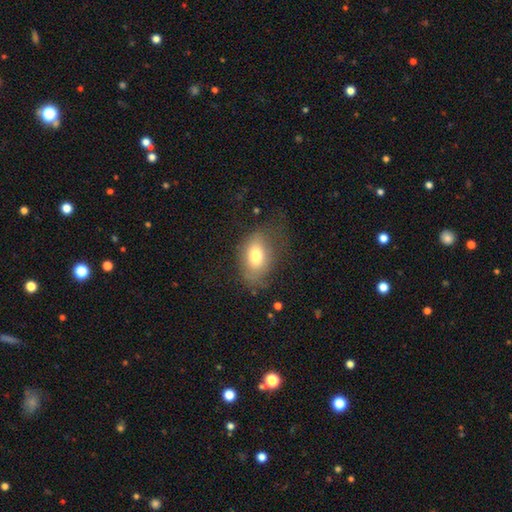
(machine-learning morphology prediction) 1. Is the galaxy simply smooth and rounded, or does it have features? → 72% smooth, 19% featured or disk, 9% star or artifact.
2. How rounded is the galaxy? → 82% in between, 16% round, 2% cigar-shaped.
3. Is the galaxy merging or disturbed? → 55% none, 26% minor disturbance, 18% major disturbance, 2% merger.